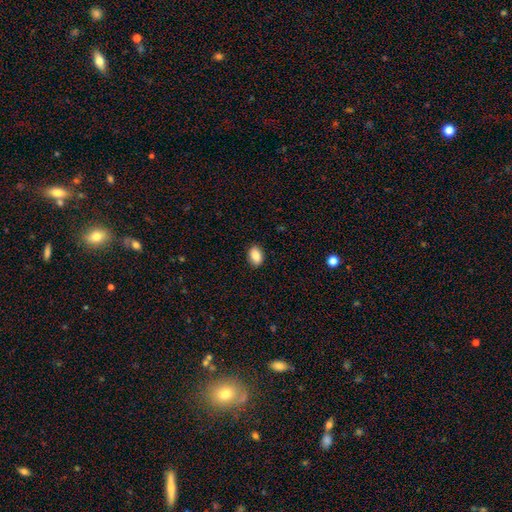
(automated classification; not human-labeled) This appears to be a smooth galaxy with no disk features (87%) that is in between round and cigar-shaped (86%). Merging: none (89%).